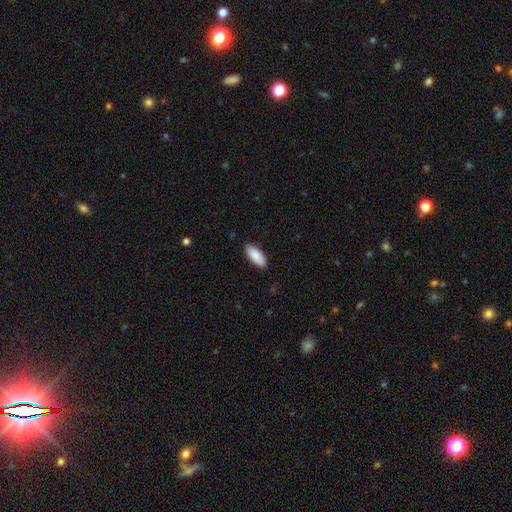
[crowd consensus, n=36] A smooth galaxy with no disk features (89%) that is in between round and cigar-shaped (94%). Merging: none (94%).